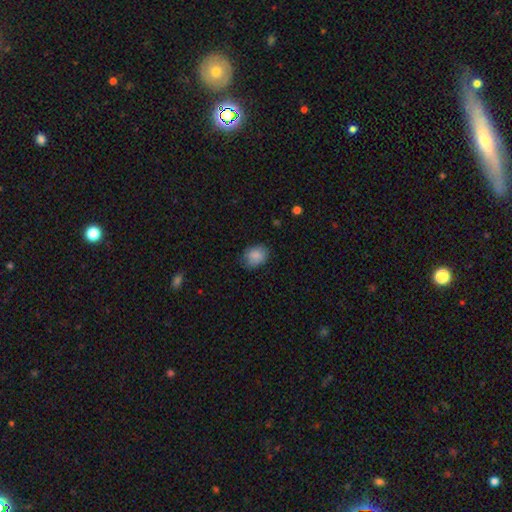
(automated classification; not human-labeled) Smooth or featured? Predicted: smooth (p=0.87). How rounded? Predicted: in between (p=0.54). Merging? Predicted: none (p=0.77).